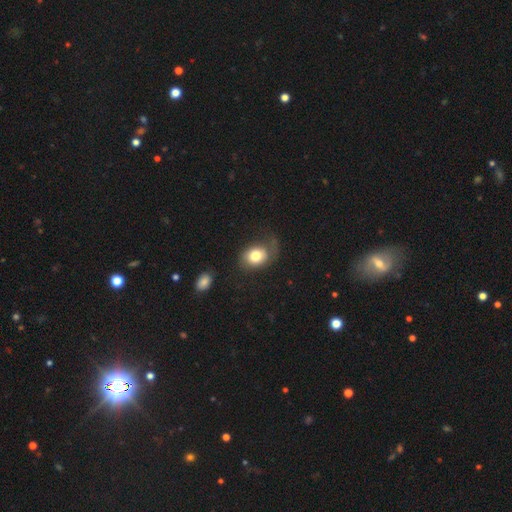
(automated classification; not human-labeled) smooth 75%, featured or disk 17%, star or artifact 9%. Down the decision tree: how rounded — in between (54%); merging — none (54%).